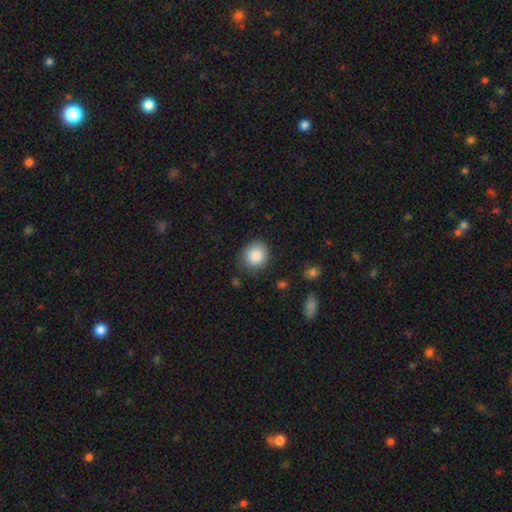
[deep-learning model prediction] Smooth or featured: smooth — 87% (star or artifact — 8%)
How rounded: round — 76% (in between — 23%)
Merging: none — 79% (minor disturbance — 16%)